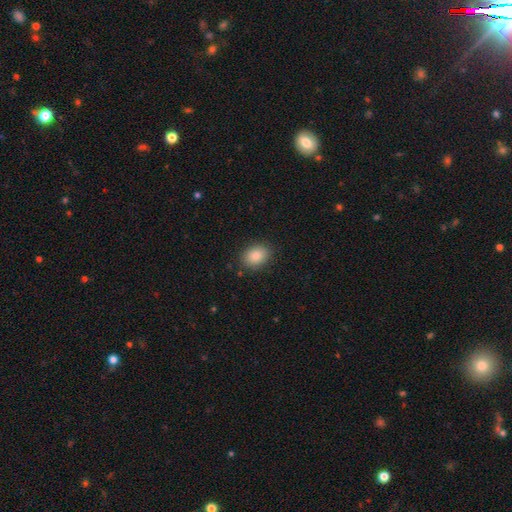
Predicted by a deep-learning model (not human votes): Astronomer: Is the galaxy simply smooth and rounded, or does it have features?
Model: smooth — 85%.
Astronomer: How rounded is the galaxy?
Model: in between — 69%.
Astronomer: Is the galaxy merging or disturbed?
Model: none — 87%.